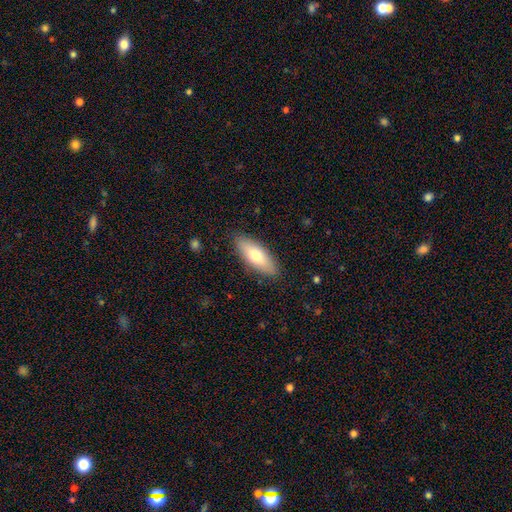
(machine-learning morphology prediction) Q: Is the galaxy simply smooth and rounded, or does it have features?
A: smooth — 73%.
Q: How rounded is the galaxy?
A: in between — 69%.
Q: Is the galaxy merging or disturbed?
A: none — 87%.